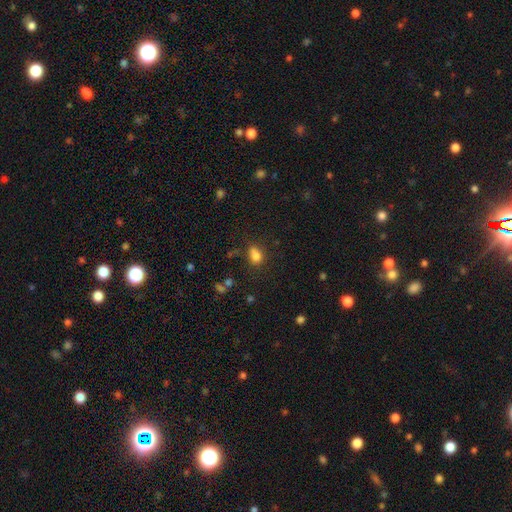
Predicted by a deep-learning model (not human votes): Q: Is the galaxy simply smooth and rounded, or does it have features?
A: smooth — 79%.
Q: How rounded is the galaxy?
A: in between — 64%.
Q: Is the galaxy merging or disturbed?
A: none — 55%.